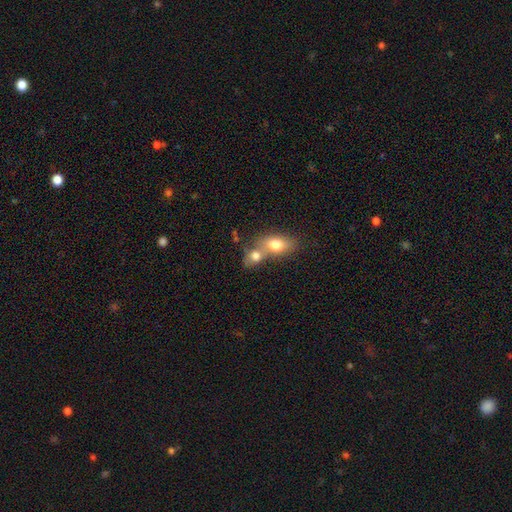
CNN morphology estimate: smooth_or_featured: smooth (p=0.75) [alt: featured or disk p=0.16]
how_rounded: in between (p=0.68) [alt: round p=0.29]
merging: merger (p=0.66) [alt: none p=0.23]